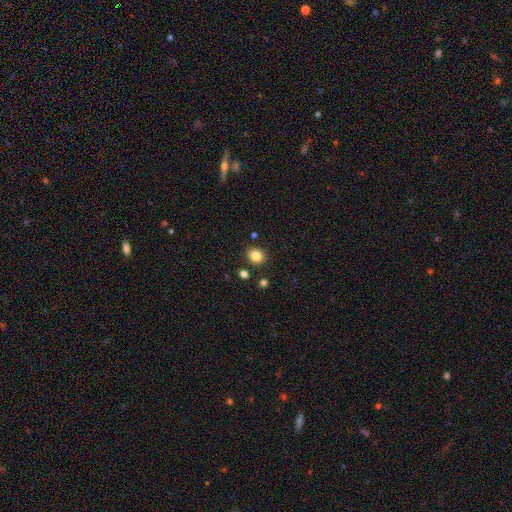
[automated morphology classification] This is clearly a smooth galaxy (82%). How rounded: likely round (69%). Merging: clearly none (86%).